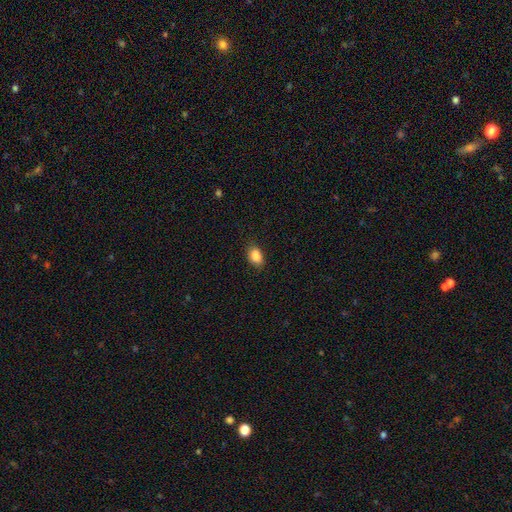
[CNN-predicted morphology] Overall: smooth (87%). How rounded: in between (85%). Merging: none (80%).